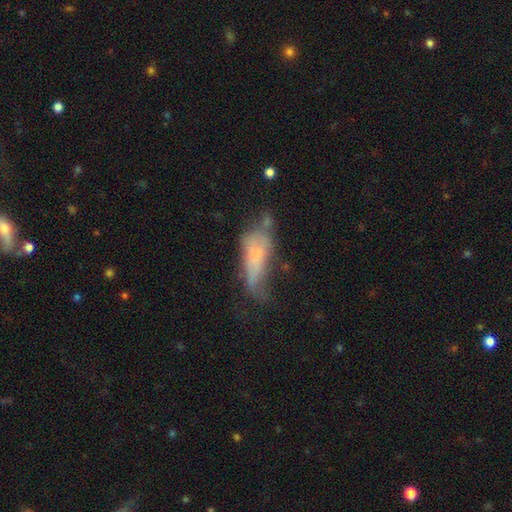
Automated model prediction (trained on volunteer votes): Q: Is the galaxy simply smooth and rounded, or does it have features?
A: smooth — 54%.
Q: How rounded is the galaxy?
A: in between — 61%.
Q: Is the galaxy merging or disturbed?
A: major disturbance — 37%.